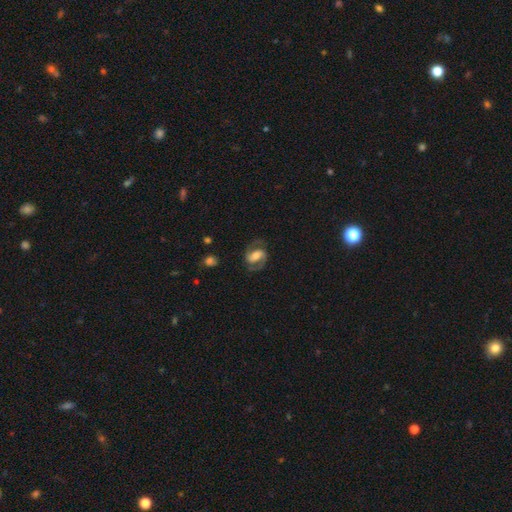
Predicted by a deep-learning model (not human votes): smooth_or_featured: featured or disk (p=0.79) [alt: smooth p=0.15]
disk_edge_on: no (p=0.97) [alt: yes p=0.03]
bar: weak (p=0.40) [alt: strong p=0.35]
has_spiral_arms: yes (p=0.94) [alt: no p=0.06]
spiral_winding: medium (p=0.55) [alt: tight p=0.23]
spiral_arm_count: 2 (p=0.91) [alt: can't tell p=0.03]
bulge_size: moderate (p=0.58) [alt: small p=0.23]
merging: none (p=0.74) [alt: minor disturbance p=0.15]